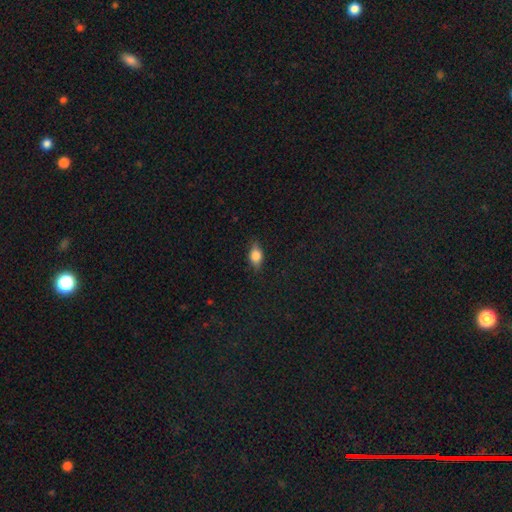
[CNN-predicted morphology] A smooth galaxy with no disk features (71%) that is in between round and cigar-shaped (77%). Merging: none (80%).